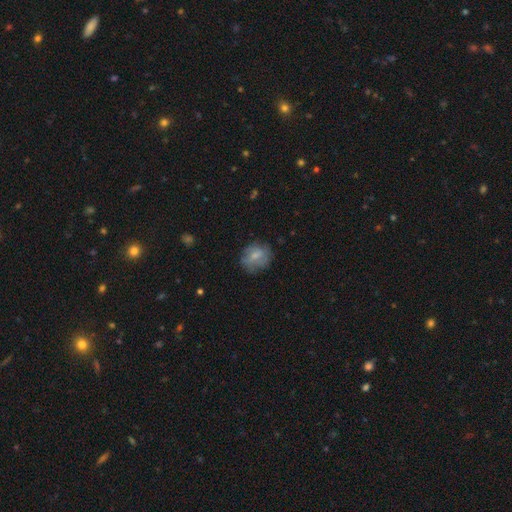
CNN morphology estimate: Smooth or featured?
  - smooth: 68% *
  - featured or disk: 24%
  - star or artifact: 8%
How rounded?
  - round: 63% *
  - in between: 36%
  - cigar-shaped: 1%
Merging?
  - none: 69% *
  - minor disturbance: 21%
  - major disturbance: 9%
  - merger: 2%